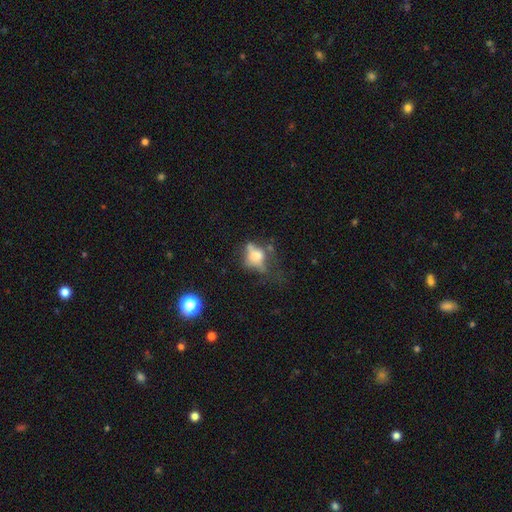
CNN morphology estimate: Smooth or featured? smooth (50%)
How rounded? in between (65%)
Merging? major disturbance (35%)